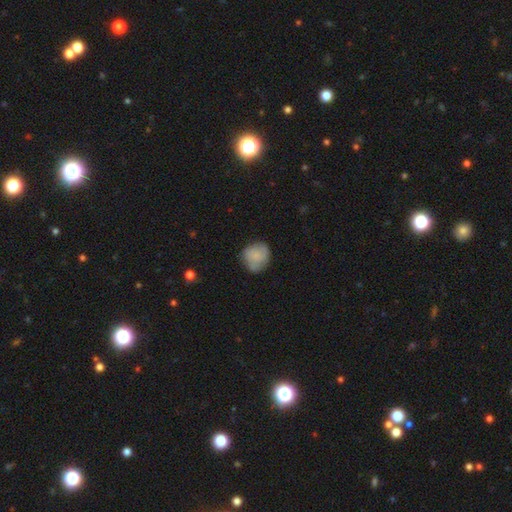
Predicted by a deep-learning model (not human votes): Smooth or featured? smooth (73%)
How rounded? round (76%)
Merging? none (62%)